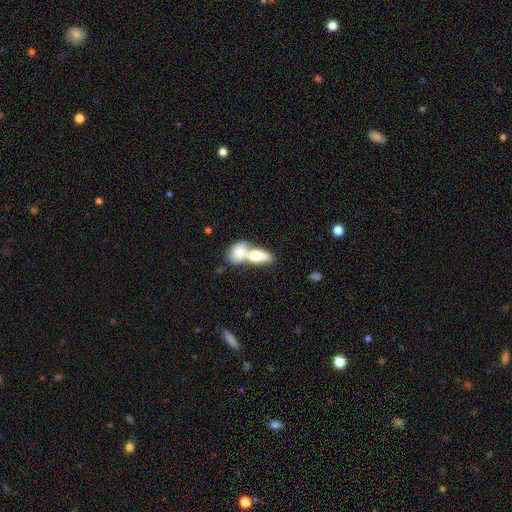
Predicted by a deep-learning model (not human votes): Smooth or featured?
  - smooth: 69% *
  - featured or disk: 26%
  - star or artifact: 6%
How rounded?
  - in between: 76% *
  - cigar-shaped: 15%
  - round: 9%
Merging?
  - merger: 77% *
  - none: 15%
  - minor disturbance: 5%
  - major disturbance: 3%